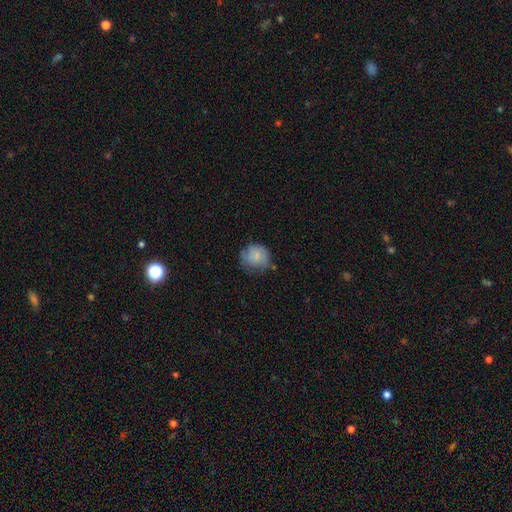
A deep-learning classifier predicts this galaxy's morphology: A smooth galaxy with no disk features (70%) that is round (79%).

Vote fractions:
- Smooth or featured? smooth: 70% / featured or disk: 22% / star or artifact: 8%
- How rounded? round: 79% / in between: 20% / cigar-shaped: 1%
- Merging? none: 55% / minor disturbance: 32% / major disturbance: 11% / merger: 3%